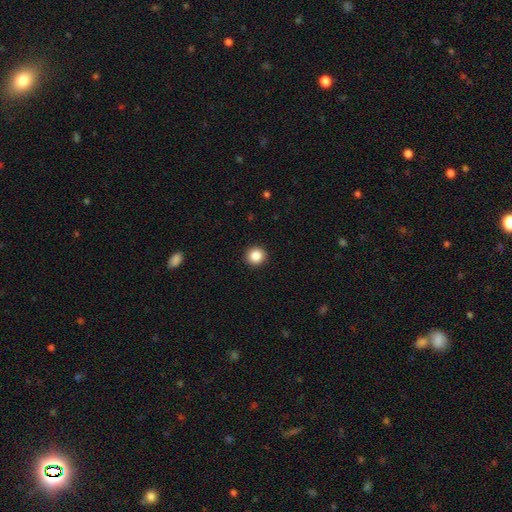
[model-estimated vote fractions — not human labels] This is clearly a smooth galaxy (87%). How rounded: clearly round (94%). Merging: clearly none (93%).